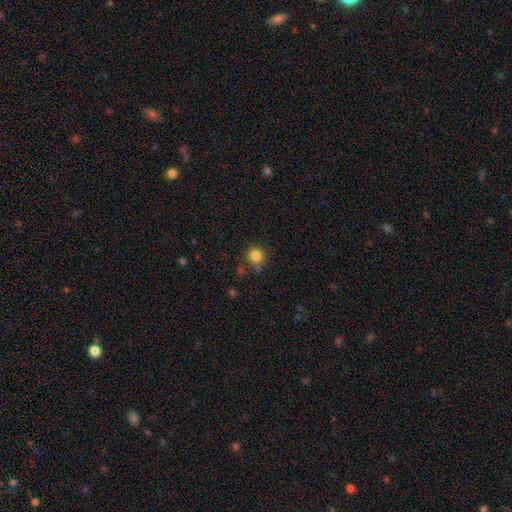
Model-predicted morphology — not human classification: The model was most divided on "merging": none: 75%, minor disturbance: 13%, merger: 9%, major disturbance: 4%. More confident: how rounded — round (92%); smooth or featured — smooth (83%).